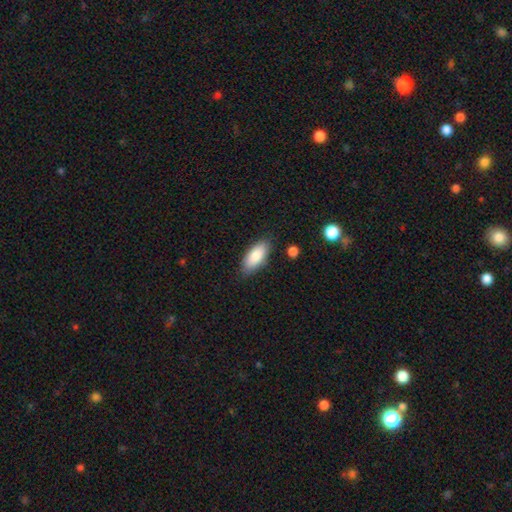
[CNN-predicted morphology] Overall: smooth (84%). How rounded: in between (85%). Merging: none (83%).